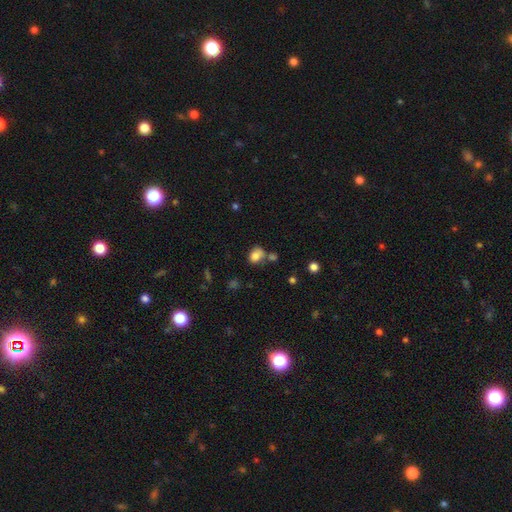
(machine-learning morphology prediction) Smooth or featured? smooth (81%)
How rounded? in between (63%)
Merging? none (49%)